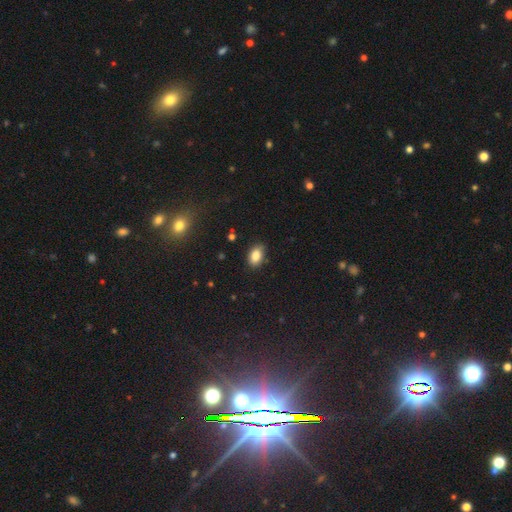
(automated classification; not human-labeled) Smooth or featured? smooth (84%)
How rounded? in between (87%)
Merging? none (80%)